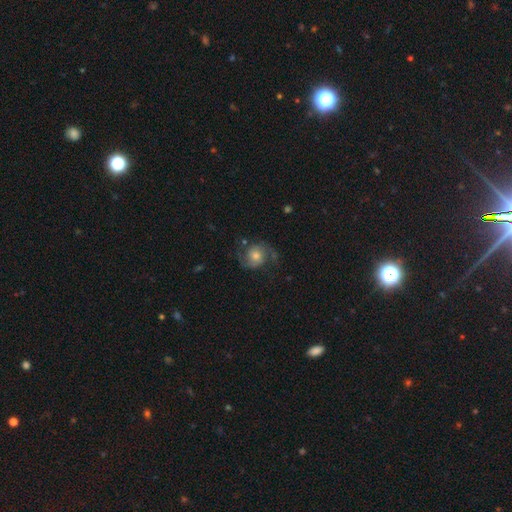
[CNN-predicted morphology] smooth_or_featured: featured or disk (p=0.74) [alt: smooth p=0.17]
disk_edge_on: no (p=0.98) [alt: yes p=0.02]
bar: no (p=0.69) [alt: weak p=0.26]
has_spiral_arms: yes (p=0.94) [alt: no p=0.06]
spiral_winding: medium (p=0.49) [alt: loose p=0.34]
spiral_arm_count: 2 (p=0.91) [alt: can't tell p=0.04]
bulge_size: moderate (p=0.57) [alt: small p=0.25]
merging: none (p=0.71) [alt: minor disturbance p=0.16]